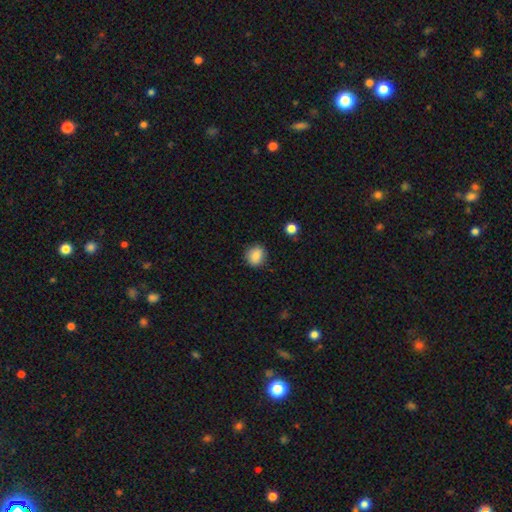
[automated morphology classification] A smooth galaxy with no disk features (85%) that is round (78%).

Vote fractions:
- Smooth or featured? smooth: 85% / star or artifact: 9% / featured or disk: 6%
- How rounded? round: 78% / in between: 21% / cigar-shaped: 1%
- Merging? none: 85% / minor disturbance: 11% / major disturbance: 3% / merger: 1%